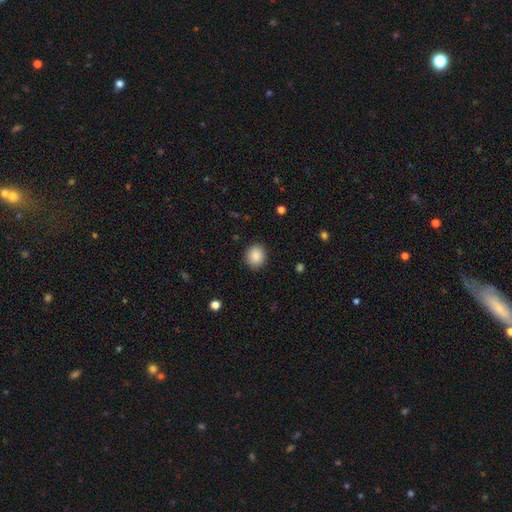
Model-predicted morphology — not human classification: Smooth or featured? smooth (88%)
How rounded? round (71%)
Merging? none (89%)